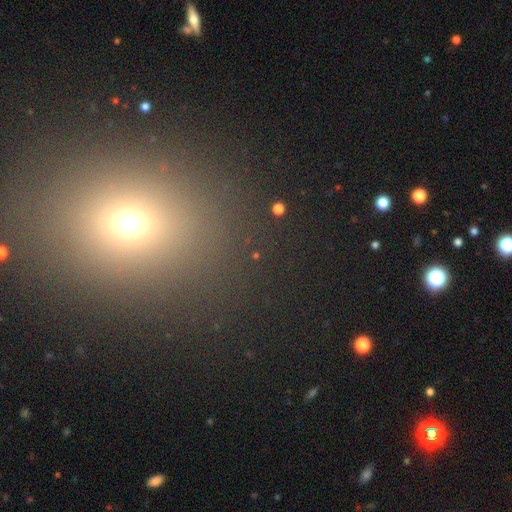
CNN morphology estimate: Smooth or featured?
  - star or artifact: 63% *
  - smooth: 26%
  - featured or disk: 11%